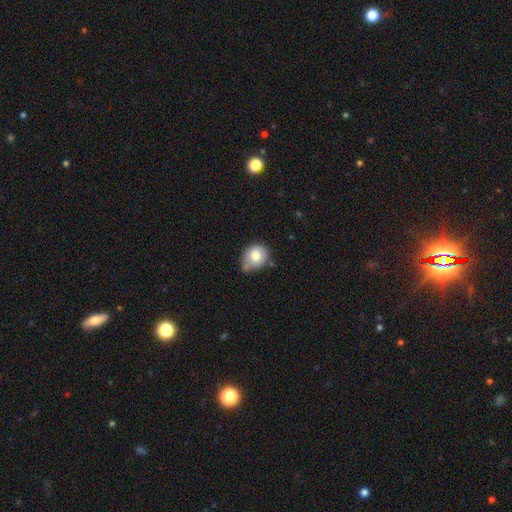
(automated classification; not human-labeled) smooth_or_featured: smooth (p=0.78) [alt: featured or disk p=0.13]
how_rounded: round (p=0.69) [alt: in between p=0.30]
merging: none (p=0.54) [alt: minor disturbance p=0.31]